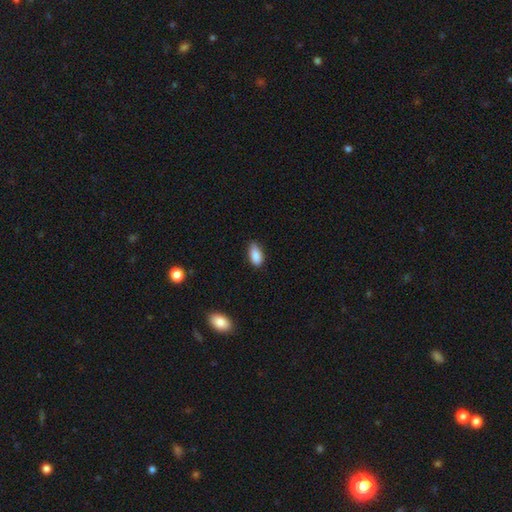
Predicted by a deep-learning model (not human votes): This appears to be a smooth galaxy with no disk features (87%) that is in between round and cigar-shaped (89%). Merging: none (75%).